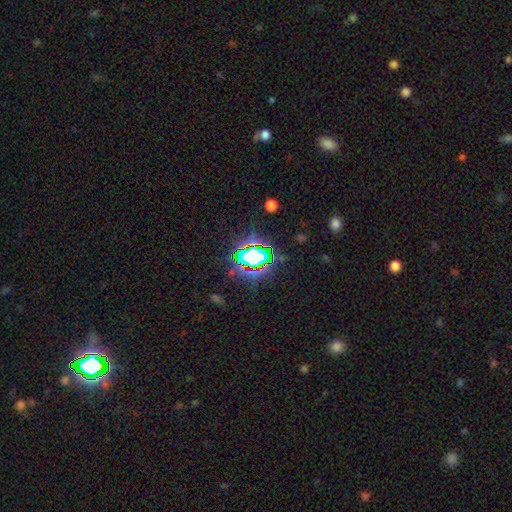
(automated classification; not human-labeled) smooth_or_featured: star or artifact (p=0.68) [alt: smooth p=0.21]